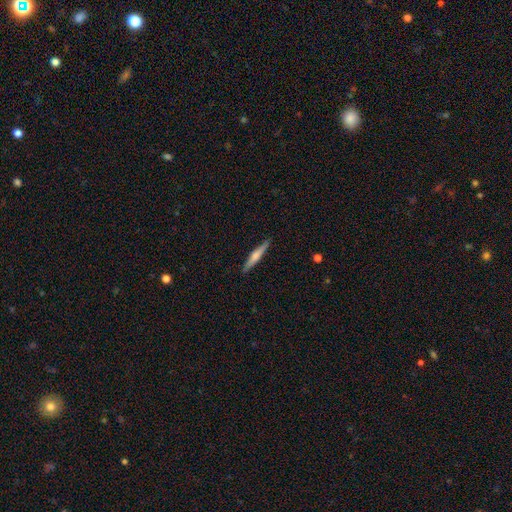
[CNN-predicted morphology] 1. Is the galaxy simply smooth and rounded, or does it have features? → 49% featured or disk, 45% smooth, 6% star or artifact.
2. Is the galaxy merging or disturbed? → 90% none, 7% minor disturbance, 1% major disturbance, 1% merger.